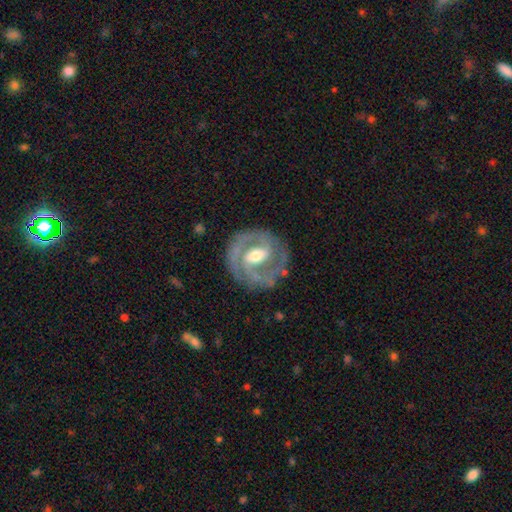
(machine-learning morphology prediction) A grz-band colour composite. It shows a featured or disk galaxy (85%) with a weak bar (43%), 2 (77%) tight (50%) spiral arms (88%) and a moderate central bulge (65%). Merging: none (79%).